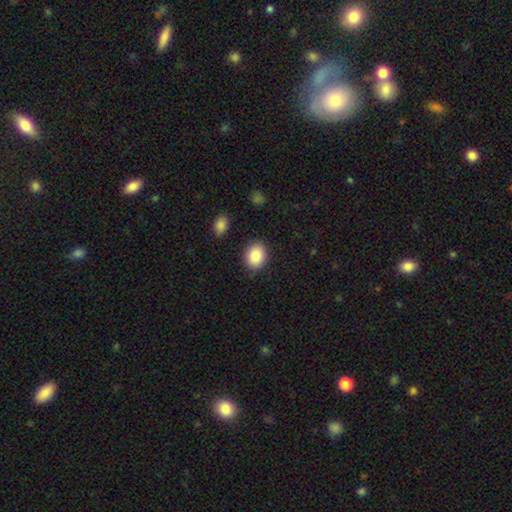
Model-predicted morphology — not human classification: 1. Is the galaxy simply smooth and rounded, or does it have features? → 87% smooth, 8% star or artifact, 6% featured or disk.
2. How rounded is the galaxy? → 54% in between, 46% round, 1% cigar-shaped.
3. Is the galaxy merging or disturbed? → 87% none, 9% minor disturbance, 2% major disturbance, 2% merger.